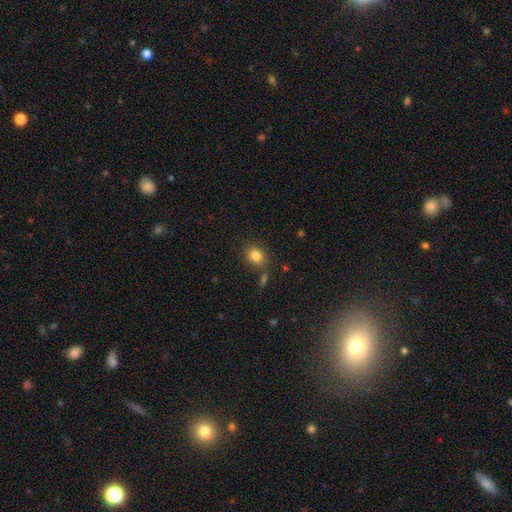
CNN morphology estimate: This is clearly a smooth galaxy (83%). How rounded: possibly in between (57%). Merging: likely none (78%).